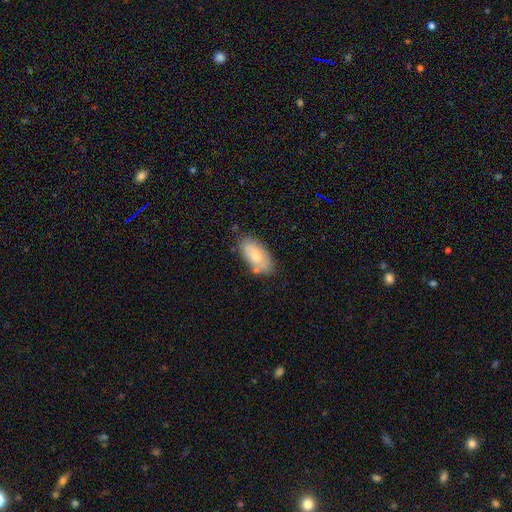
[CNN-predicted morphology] smooth_or_featured: smooth (p=0.72) [alt: featured or disk p=0.22]
how_rounded: in between (p=0.93) [alt: cigar-shaped p=0.04]
merging: none (p=0.72) [alt: minor disturbance p=0.18]